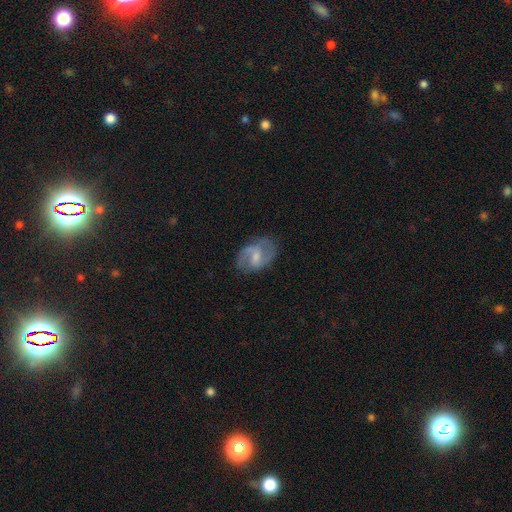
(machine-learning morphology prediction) This is likely a featured or disk galaxy (71%). It is clearly not viewed edge-on (97%). Bar: possibly weak (57%). Spiral arm pattern: clearly yes (87%). Spiral arm count: clearly 2 (81%). Spiral winding: possibly medium (47%). Central bulge: marginally small (41%, tied with moderate). Merging: likely none (68%).